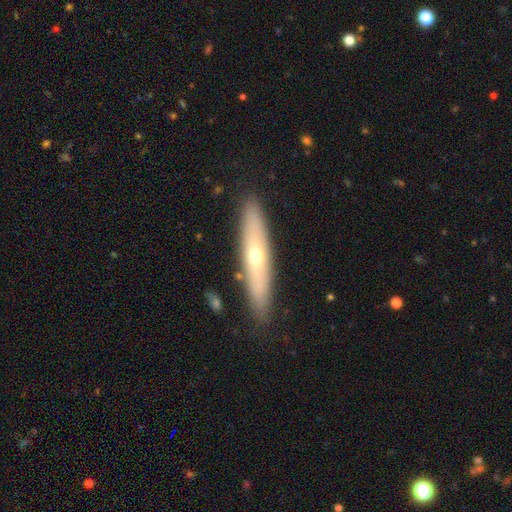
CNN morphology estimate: Smooth or featured? Predicted: featured or disk (p=0.49). Merging? Predicted: none (p=0.87).